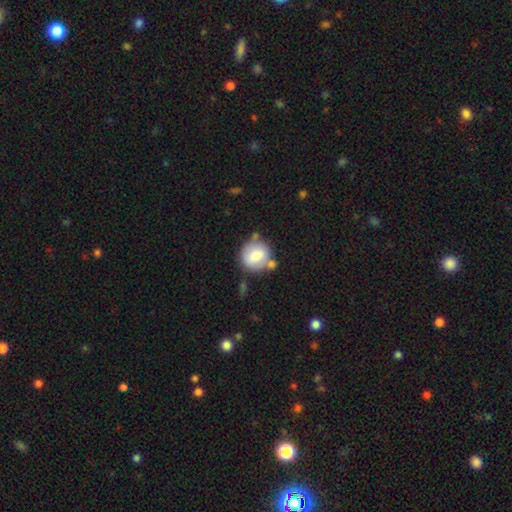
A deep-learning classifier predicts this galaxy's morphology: type=smooth (74%); roundness=round (85%); merging=none (61%).